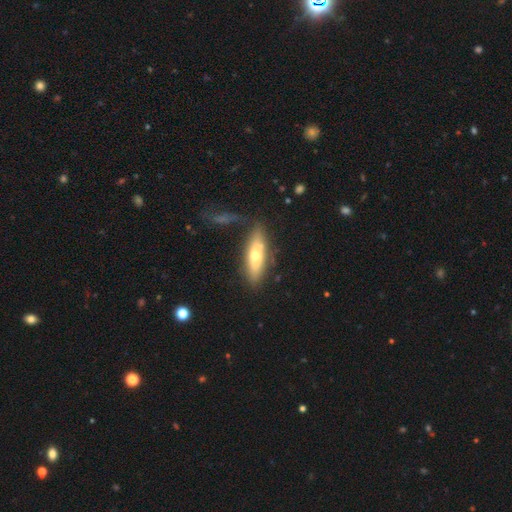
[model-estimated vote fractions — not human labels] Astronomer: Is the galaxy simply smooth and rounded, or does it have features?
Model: smooth — 51% (runner-up: featured or disk, 42%).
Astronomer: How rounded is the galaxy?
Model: cigar-shaped — 49% (runner-up: in between, 48%).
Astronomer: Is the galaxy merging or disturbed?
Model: none — 71%.